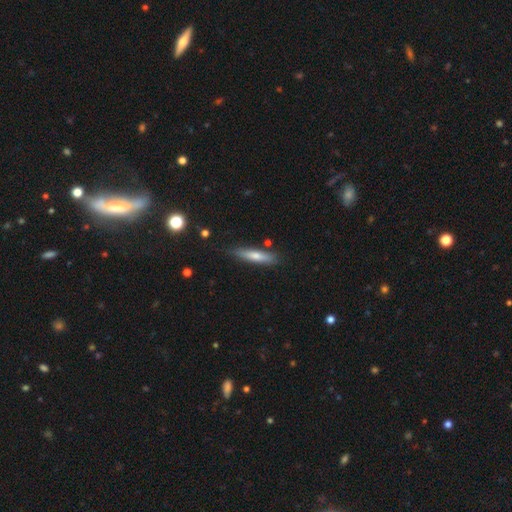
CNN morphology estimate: smooth-or-featured: smooth: 61% | featured or disk: 33% | star or artifact: 7%
  how-rounded: cigar-shaped: 84% | in between: 14% | round: 2%
  merging: none: 81% | minor disturbance: 13% | merger: 3% | major disturbance: 2%